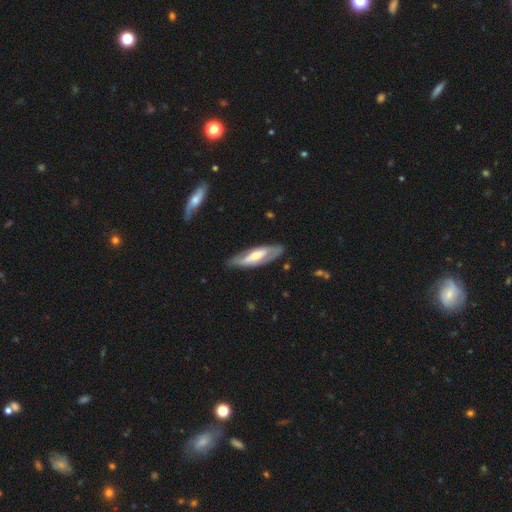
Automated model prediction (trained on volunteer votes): Q: Smooth or featured?
A: featured or disk (63%); runner-up: smooth (32%)
Q: Edge-on disk?
A: no (71%); runner-up: yes (29%)
Q: Merging?
A: none (76%); runner-up: minor disturbance (17%)